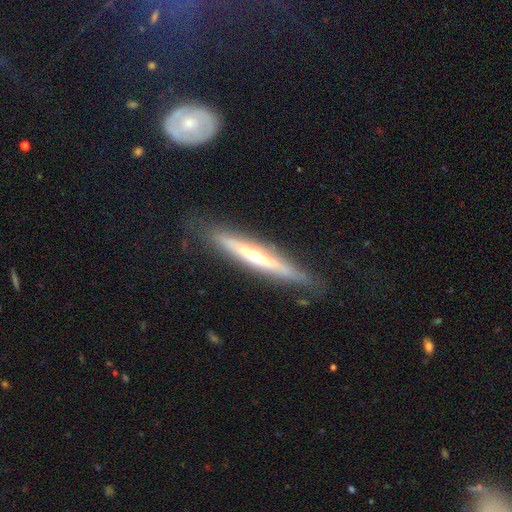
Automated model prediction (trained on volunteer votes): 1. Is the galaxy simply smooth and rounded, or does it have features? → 65% featured or disk, 29% smooth, 6% star or artifact.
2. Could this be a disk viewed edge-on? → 90% yes, 10% no.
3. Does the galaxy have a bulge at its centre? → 64% rounded, 28% none, 8% boxy.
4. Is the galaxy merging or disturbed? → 81% none, 14% minor disturbance, 3% major disturbance, 1% merger.